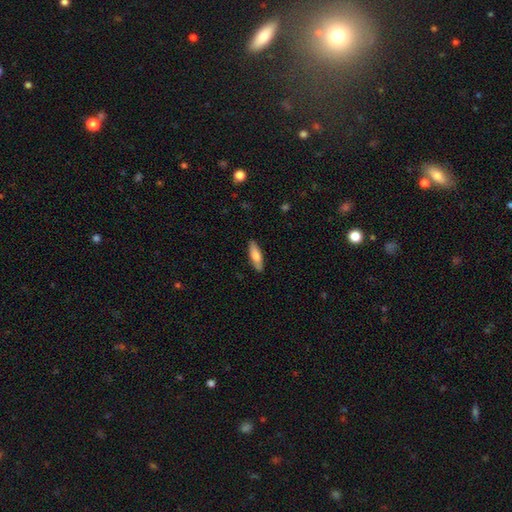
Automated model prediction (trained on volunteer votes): The model was most divided on "how rounded": cigar-shaped: 53%, in between: 46%, round: 2%. More confident: merging — none (86%); smooth or featured — smooth (75%).